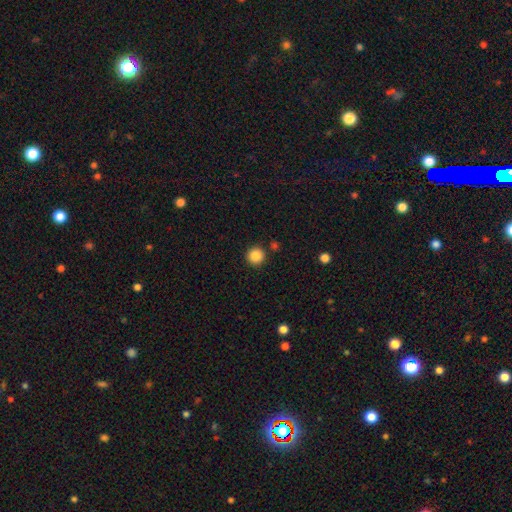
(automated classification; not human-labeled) Q: Smooth or featured?
A: smooth (86%); runner-up: star or artifact (10%)
Q: How rounded?
A: round (96%); runner-up: in between (3%)
Q: Merging?
A: none (88%); runner-up: minor disturbance (6%)